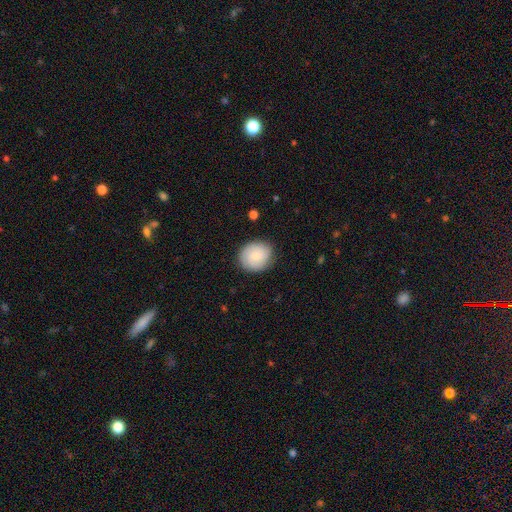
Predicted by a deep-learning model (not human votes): smooth-or-featured: smooth: 68% | featured or disk: 25% | star or artifact: 7%
  how-rounded: round: 73% | in between: 26% | cigar-shaped: 1%
  merging: none: 83% | minor disturbance: 13% | major disturbance: 3% | merger: 1%